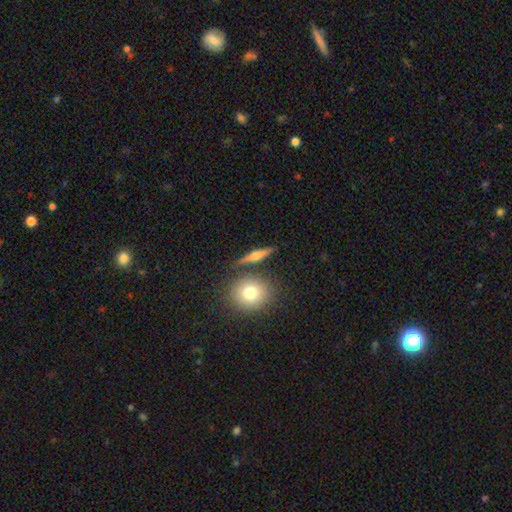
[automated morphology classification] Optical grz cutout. It shows a featured or disk galaxy (55%) viewed edge-on (91%) with a rounded central bulge (88%). Merging: none (81%).